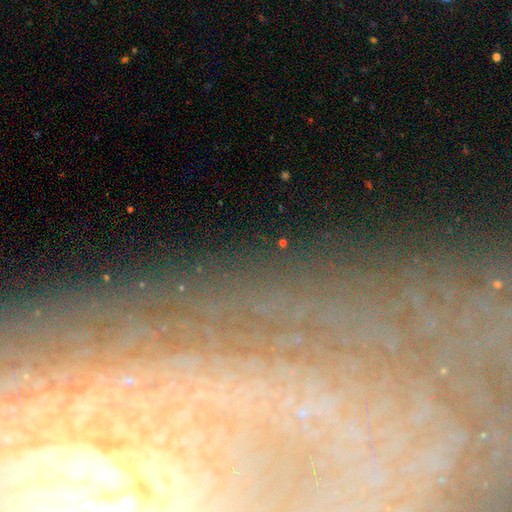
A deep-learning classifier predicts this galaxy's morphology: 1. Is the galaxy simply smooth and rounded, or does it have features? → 52% featured or disk, 30% star or artifact, 18% smooth.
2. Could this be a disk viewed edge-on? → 77% no, 23% yes.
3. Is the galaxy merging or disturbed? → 80% none, 11% minor disturbance, 5% major disturbance, 4% merger.